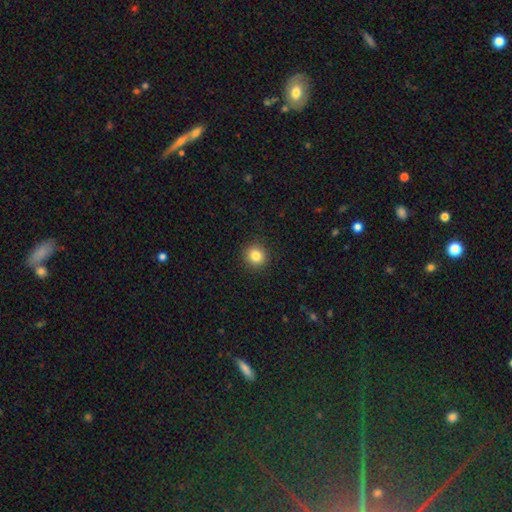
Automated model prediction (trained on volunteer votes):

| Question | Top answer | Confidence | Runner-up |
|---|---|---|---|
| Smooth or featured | smooth | 84% | star or artifact (11%) |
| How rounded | round | 90% | in between (9%) |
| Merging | none | 91% | minor disturbance (6%) |